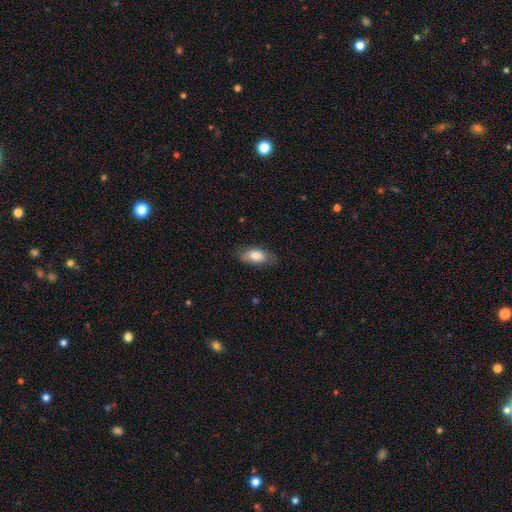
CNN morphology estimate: Smooth or featured: smooth — 80% (featured or disk — 13%)
How rounded: in between — 87% (cigar-shaped — 8%)
Merging: none — 75% (minor disturbance — 19%)